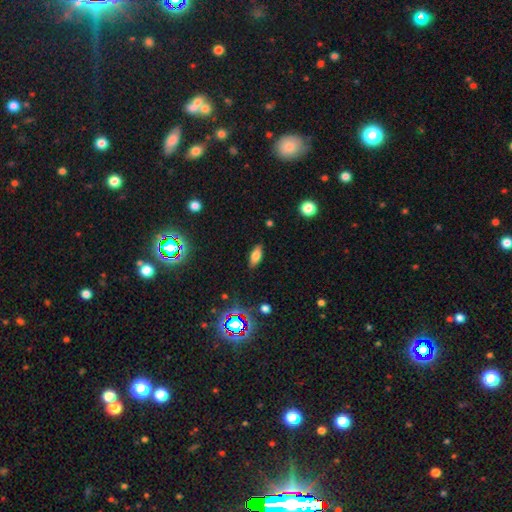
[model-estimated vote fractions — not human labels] Overall: smooth (72%). How rounded: in between (81%). Merging: none (85%).